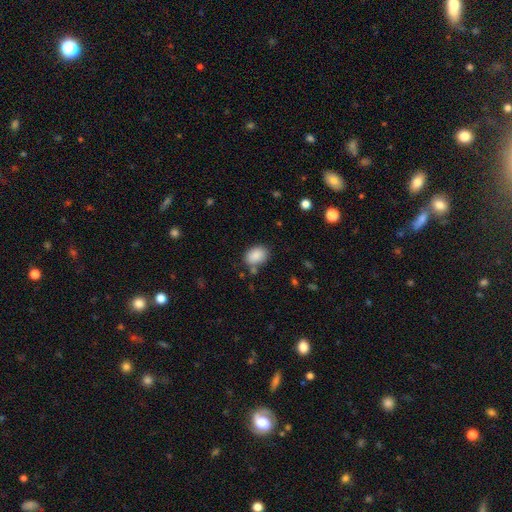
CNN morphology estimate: smooth_or_featured: smooth (p=0.88) [alt: star or artifact p=0.08]
how_rounded: in between (p=0.73) [alt: round p=0.26]
merging: none (p=0.75) [alt: minor disturbance p=0.15]